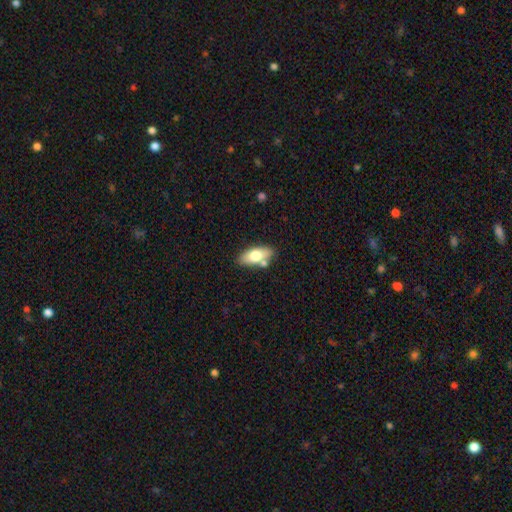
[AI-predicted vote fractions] Smooth or featured: smooth — 68% (featured or disk — 25%)
How rounded: in between — 85% (cigar-shaped — 11%)
Merging: none — 72% (minor disturbance — 13%)